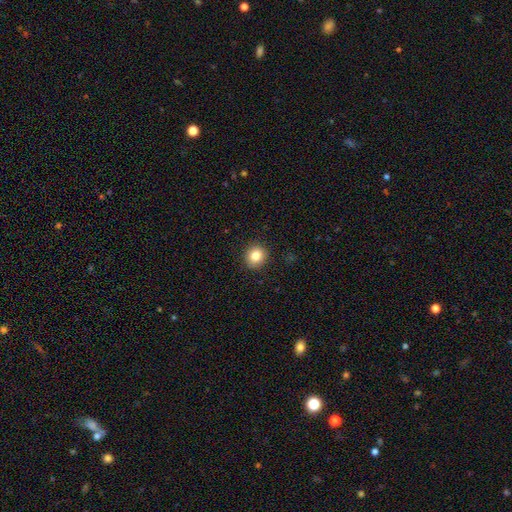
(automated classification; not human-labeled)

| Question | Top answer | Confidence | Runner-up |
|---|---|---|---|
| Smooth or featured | smooth | 83% | star or artifact (10%) |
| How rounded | round | 84% | in between (15%) |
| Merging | none | 91% | minor disturbance (6%) |